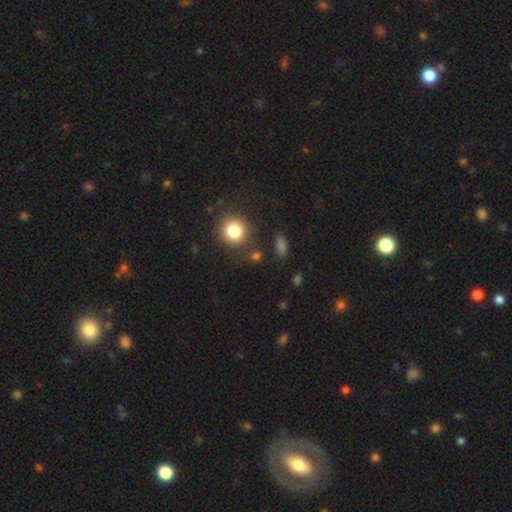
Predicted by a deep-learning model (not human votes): Smooth or featured? Predicted: smooth (p=0.75). How rounded? Predicted: round (p=0.81). Merging? Predicted: none (p=0.84).